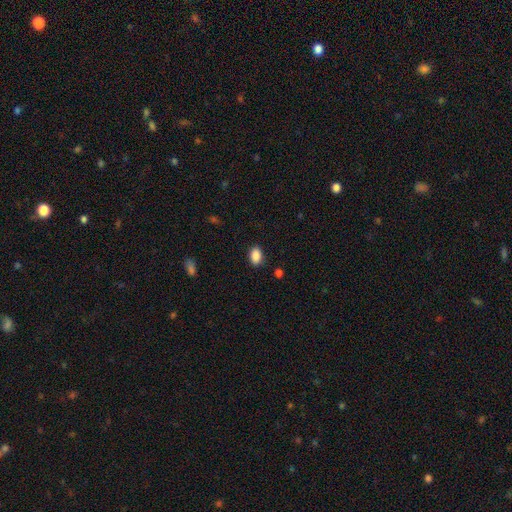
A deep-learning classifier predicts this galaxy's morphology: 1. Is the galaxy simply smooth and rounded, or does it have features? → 88% smooth, 8% star or artifact, 3% featured or disk.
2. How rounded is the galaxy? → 87% in between, 12% round, 2% cigar-shaped.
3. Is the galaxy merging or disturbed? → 88% none, 9% minor disturbance, 2% major disturbance, 1% merger.